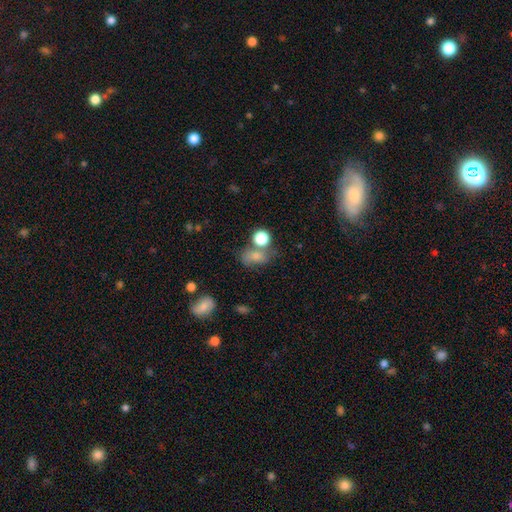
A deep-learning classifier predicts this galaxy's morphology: smooth-or-featured: smooth: 73% | star or artifact: 15% | featured or disk: 12%
  how-rounded: in between: 60% | round: 38% | cigar-shaped: 3%
  merging: none: 41% | merger: 31% | minor disturbance: 17% | major disturbance: 11%